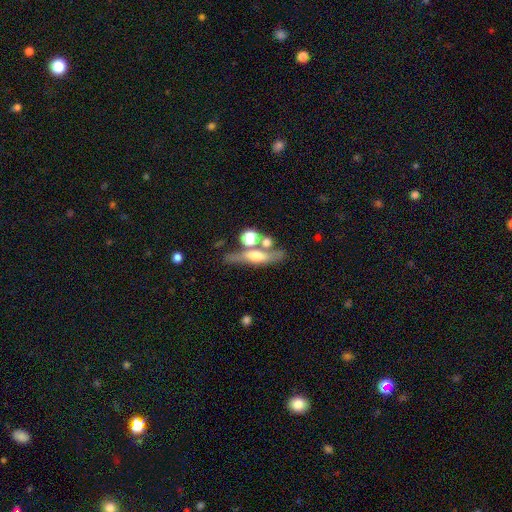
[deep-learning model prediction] This appears to be a featured or disk galaxy (54%) viewed edge-on (78%). Merging: none (56%).